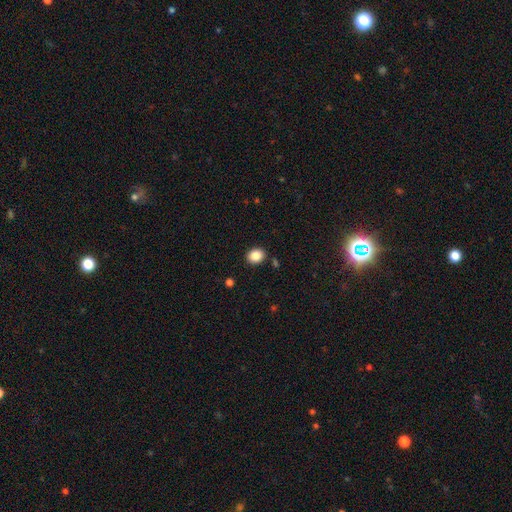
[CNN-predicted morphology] Overall: smooth (86%). How rounded: round (54%; in between 45%). Merging: none (89%).